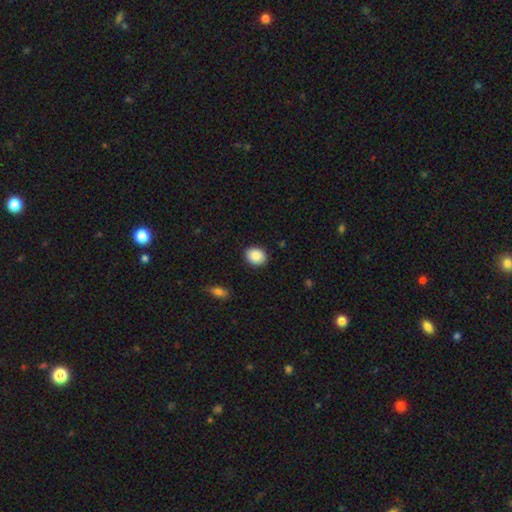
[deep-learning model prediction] Morphology: type=smooth (89%); roundness=round (52%); merging=none (89%).